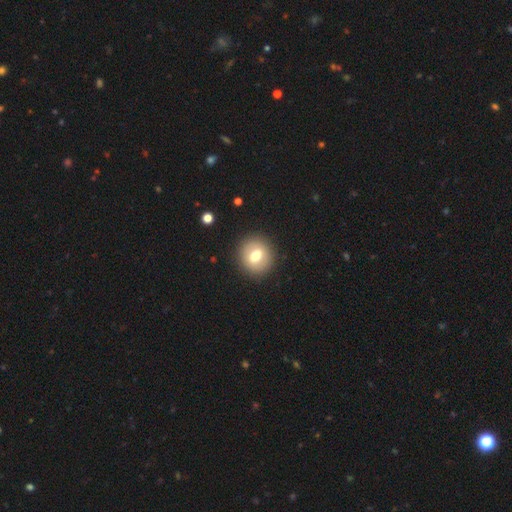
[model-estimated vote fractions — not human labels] Overall: smooth (66%). How rounded: round (84%). Merging: none (89%).